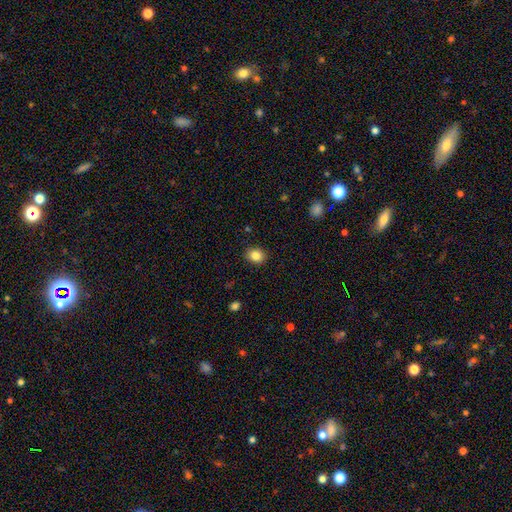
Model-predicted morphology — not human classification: The model was most divided on "how rounded": round: 62%, in between: 38%, cigar-shaped: 1%. More confident: merging — none (89%); smooth or featured — smooth (85%).